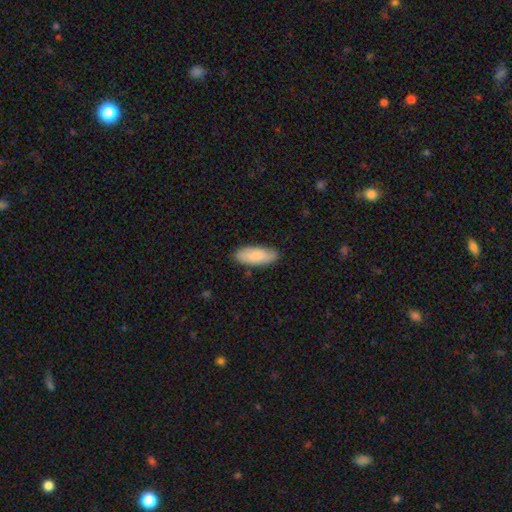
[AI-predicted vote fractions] A smooth galaxy with no disk features (85%) that is in between round and cigar-shaped (79%). Merging: none (83%).